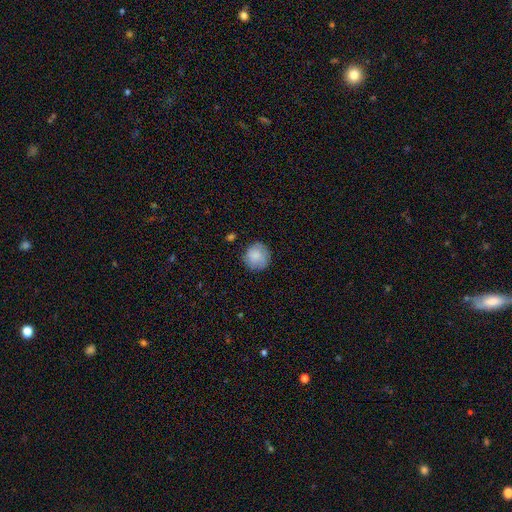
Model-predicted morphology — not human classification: smooth-or-featured: smooth: 78% | featured or disk: 14% | star or artifact: 7%
  how-rounded: round: 92% | in between: 7% | cigar-shaped: 1%
  merging: none: 79% | minor disturbance: 16% | major disturbance: 4% | merger: 1%